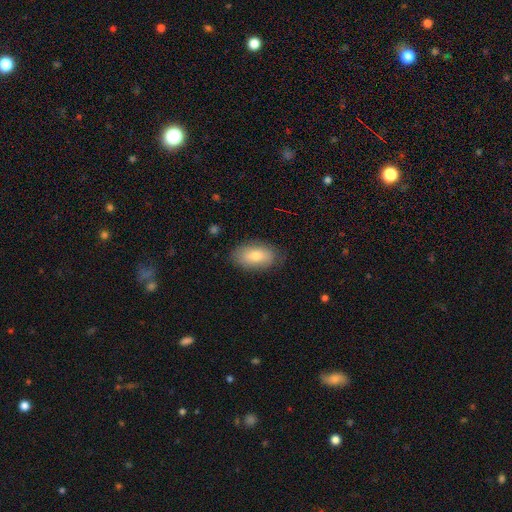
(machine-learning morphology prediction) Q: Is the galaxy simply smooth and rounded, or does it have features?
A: smooth — 76%.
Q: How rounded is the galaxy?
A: in between — 92%.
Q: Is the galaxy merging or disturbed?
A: none — 82%.